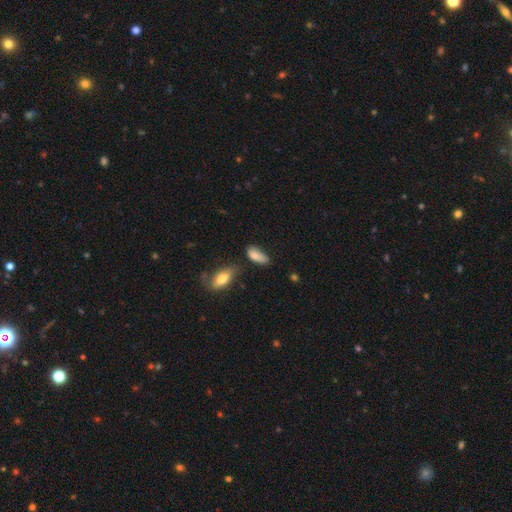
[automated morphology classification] Smooth or featured?
  - smooth: 82% *
  - featured or disk: 10%
  - star or artifact: 8%
How rounded?
  - in between: 85% *
  - cigar-shaped: 12%
  - round: 3%
Merging?
  - none: 49% *
  - minor disturbance: 32%
  - major disturbance: 10%
  - merger: 9%